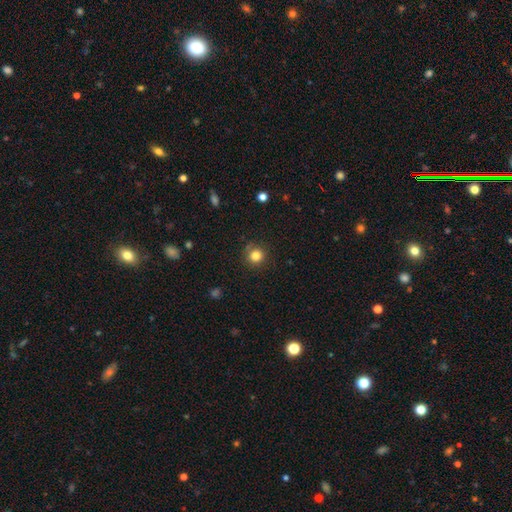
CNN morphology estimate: smooth-or-featured: smooth: 81% | star or artifact: 13% | featured or disk: 6%
  how-rounded: round: 93% | in between: 6% | cigar-shaped: 1%
  merging: none: 86% | minor disturbance: 10% | major disturbance: 3% | merger: 2%